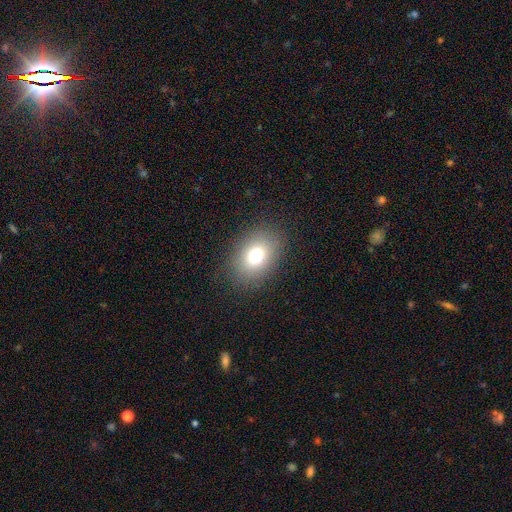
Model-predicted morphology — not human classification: smooth 74%, star or artifact 14%, featured or disk 12%. Down the decision tree: how rounded — in between (70%); merging — none (86%).